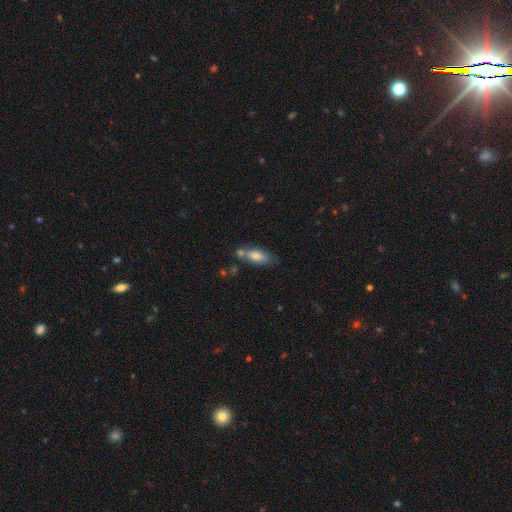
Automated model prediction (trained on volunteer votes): Smooth or featured? Predicted: smooth (p=0.73). How rounded? Predicted: in between (p=0.77). Merging? Predicted: none (p=0.53).